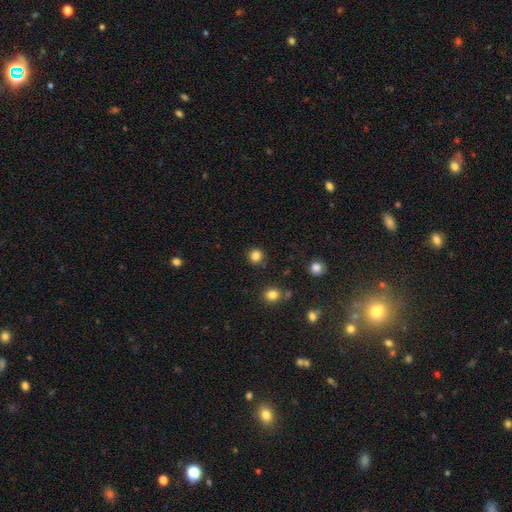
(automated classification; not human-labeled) smooth-or-featured: smooth: 84% | star or artifact: 12% | featured or disk: 4%
  how-rounded: round: 93% | in between: 7% | cigar-shaped: 1%
  merging: none: 89% | minor disturbance: 6% | merger: 2% | major disturbance: 2%